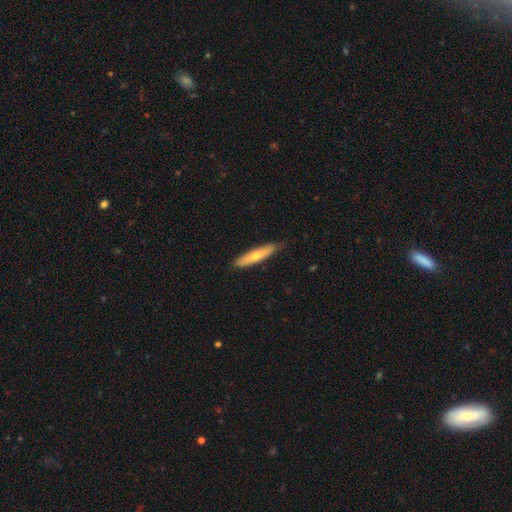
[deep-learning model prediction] This appears to be a smooth galaxy with no disk features (65%) that is cigar-shaped (84%). Merging: none (83%).